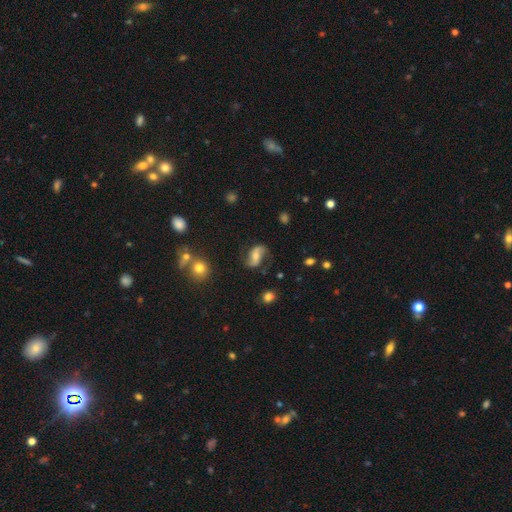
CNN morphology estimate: The model was most divided on "bar" (2-way tie): weak: 38%, no: 38%, strong: 25%. More confident: edge-on disk — no (96%); spiral arms — yes (92%); spiral arm count — 2 (91%); merging — none (73%); smooth or featured — featured or disk (72%); spiral winding — loose (62%); bulge size — moderate (55%).